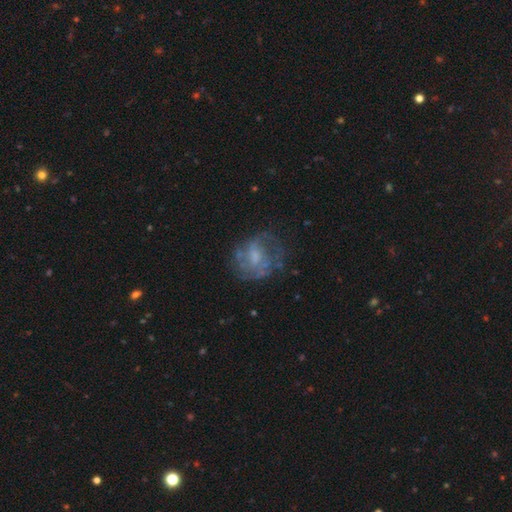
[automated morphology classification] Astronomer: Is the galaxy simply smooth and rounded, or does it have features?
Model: featured or disk — 62%.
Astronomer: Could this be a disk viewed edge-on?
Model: no — 97%.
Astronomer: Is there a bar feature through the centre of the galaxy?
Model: no — 59% (runner-up: weak, 35%).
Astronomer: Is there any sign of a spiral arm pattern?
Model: yes — 54% (runner-up: no, 46%).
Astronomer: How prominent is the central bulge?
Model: moderate — 39% (runner-up: small, 34%).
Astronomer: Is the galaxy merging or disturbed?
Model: none — 58%.